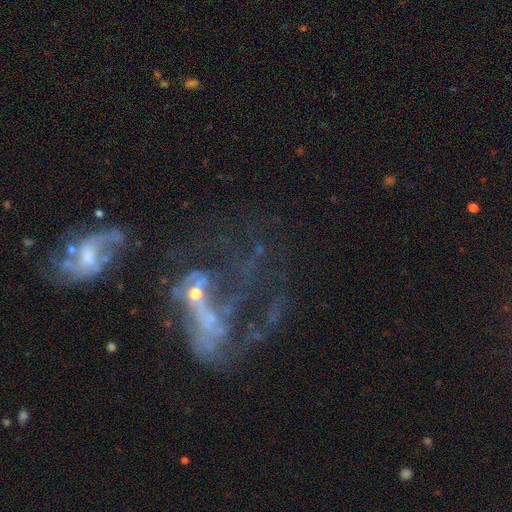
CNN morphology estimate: Smooth or featured: featured or disk — 64% (star or artifact — 22%)
Edge-on disk: no — 95% (yes — 5%)
Bar: no — 67% (weak — 22%)
Spiral arms: no — 52% (yes — 48%)
Bulge size: none — 38% (tied with small — 38%)
Merging: merger — 39% (major disturbance — 35%)